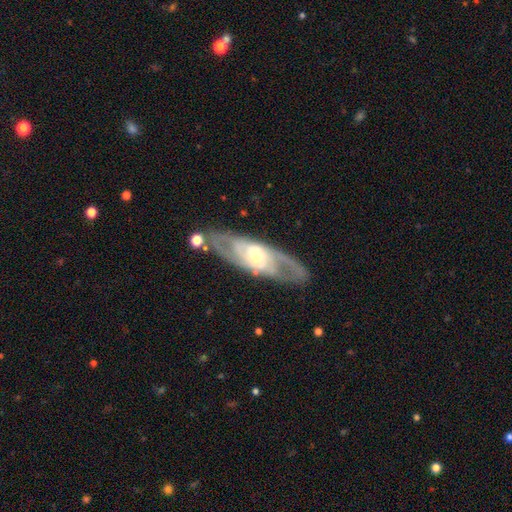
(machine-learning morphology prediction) Overall: featured or disk (82%). Edge-on disk: no (84%). Bar: no (43%; weak 38%). Spiral arms: yes (88%). Spiral arm count: 2 (73%). Spiral winding: medium (46%; tight 38%). Bulge size: moderate (45%; small 41%). Merging: none (79%).